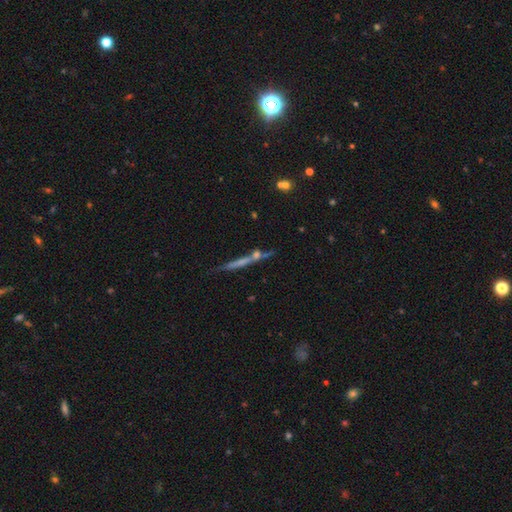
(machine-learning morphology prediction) A featured or disk galaxy (56%) viewed edge-on (93%) with no central bulge (69%).

Vote fractions:
- Smooth or featured? featured or disk: 56% / smooth: 33% / star or artifact: 12%
- Edge-on disk? yes: 93% / no: 7%
- Edge-on bulge? none: 69% / rounded: 23% / boxy: 8%
- Merging? none: 72% / minor disturbance: 12% / merger: 11% / major disturbance: 4%